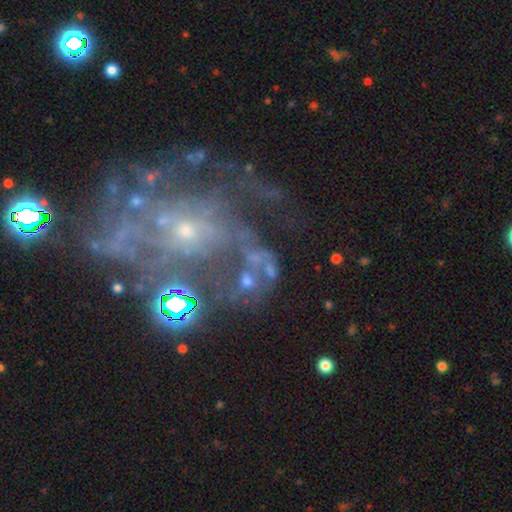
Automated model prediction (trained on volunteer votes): smooth_or_featured: featured or disk (p=0.45) [alt: star or artifact p=0.31]
merging: none (p=0.30) [tied with: merger p=0.30]